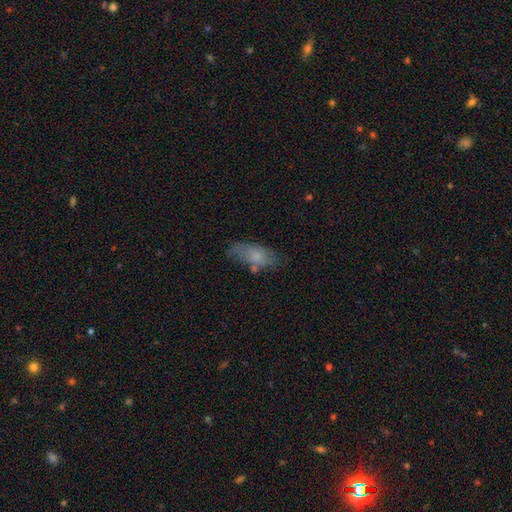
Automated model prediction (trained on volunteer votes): Q: Smooth or featured?
A: smooth (71%); runner-up: featured or disk (21%)
Q: How rounded?
A: in between (82%); runner-up: cigar-shaped (15%)
Q: Merging?
A: none (59%); runner-up: minor disturbance (26%)